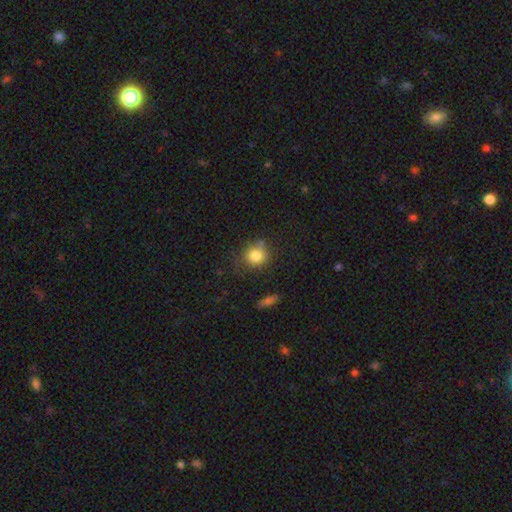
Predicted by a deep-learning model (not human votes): Smooth or featured?
  - smooth: 83% *
  - star or artifact: 10%
  - featured or disk: 7%
How rounded?
  - round: 81% *
  - in between: 18%
  - cigar-shaped: 1%
Merging?
  - none: 69% *
  - minor disturbance: 20%
  - major disturbance: 6%
  - merger: 5%